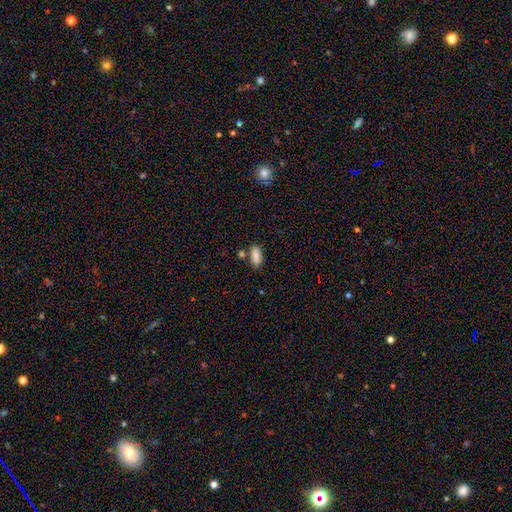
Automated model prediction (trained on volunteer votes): smooth-or-featured: smooth: 87% | star or artifact: 8% | featured or disk: 5%
  how-rounded: in between: 83% | cigar-shaped: 14% | round: 3%
  merging: none: 74% | minor disturbance: 12% | merger: 10% | major disturbance: 3%